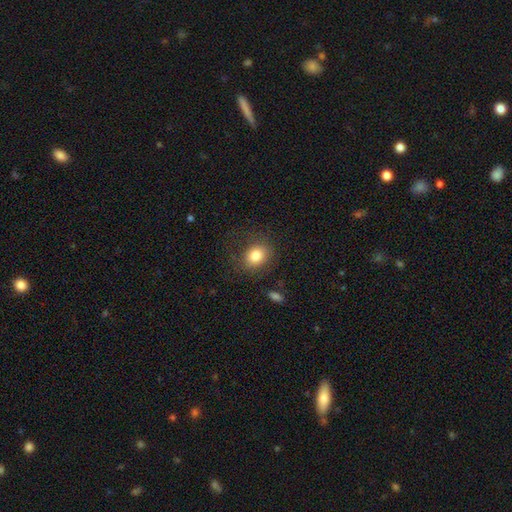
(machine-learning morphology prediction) A smooth galaxy with no disk features (81%) that is round (57%).

Vote fractions:
- Smooth or featured? smooth: 81% / star or artifact: 10% / featured or disk: 9%
- How rounded? round: 57% / in between: 42% / cigar-shaped: 1%
- Merging? none: 77% / minor disturbance: 14% / major disturbance: 8% / merger: 2%